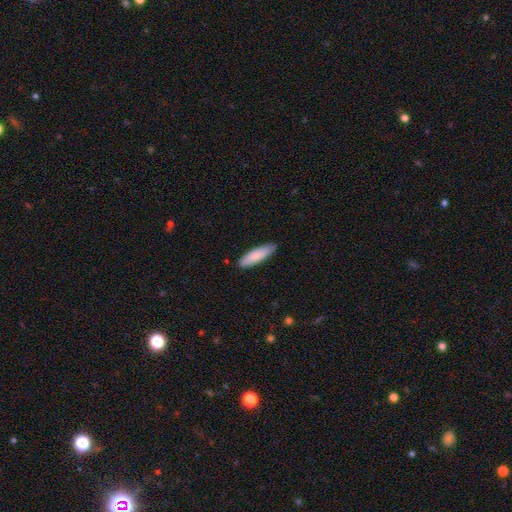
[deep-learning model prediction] Smooth or featured? Predicted: smooth (p=0.84). How rounded? Predicted: cigar-shaped (p=0.60). Merging? Predicted: none (p=0.86).